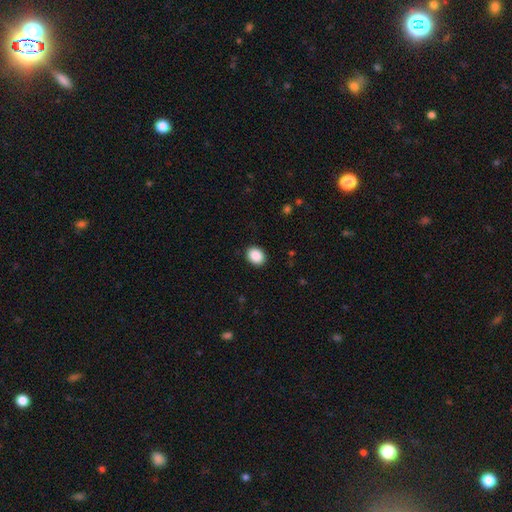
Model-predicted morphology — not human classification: Smooth or featured? smooth (90%)
How rounded? in between (58%)
Merging? none (90%)